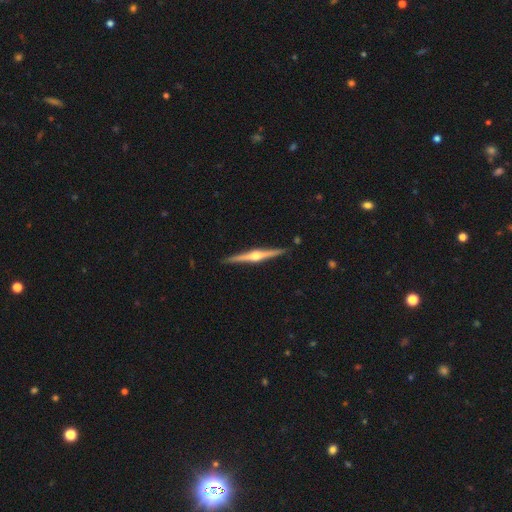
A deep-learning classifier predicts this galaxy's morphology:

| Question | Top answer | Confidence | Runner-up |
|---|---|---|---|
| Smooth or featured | featured or disk | 83% | smooth (12%) |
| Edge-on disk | yes | 99% | no (1%) |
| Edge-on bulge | rounded | 95% | boxy (3%) |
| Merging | none | 91% | minor disturbance (7%) |